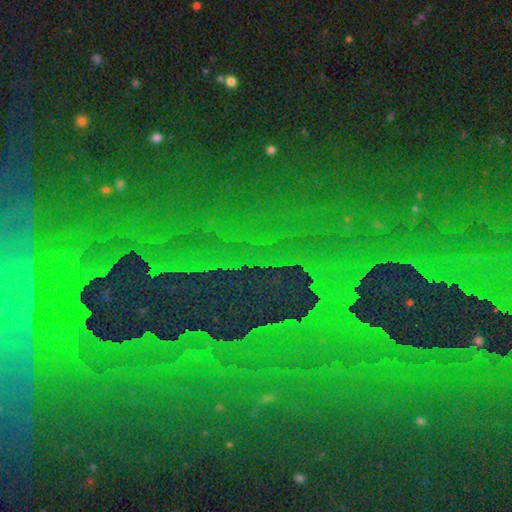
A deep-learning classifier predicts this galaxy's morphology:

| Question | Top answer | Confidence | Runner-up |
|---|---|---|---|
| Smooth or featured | star or artifact | 86% | featured or disk (7%) |